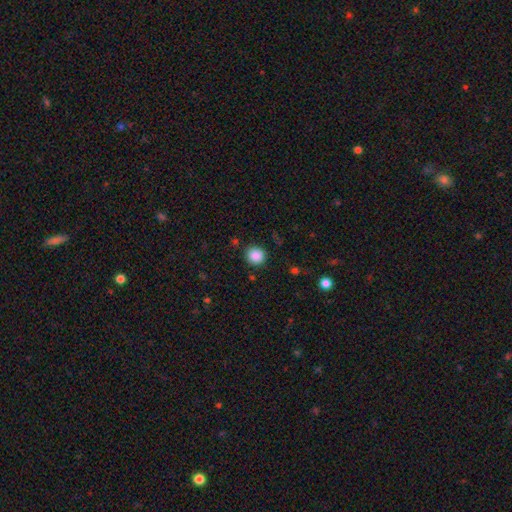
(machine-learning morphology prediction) Overall: smooth (87%). How rounded: round (90%). Merging: none (88%).